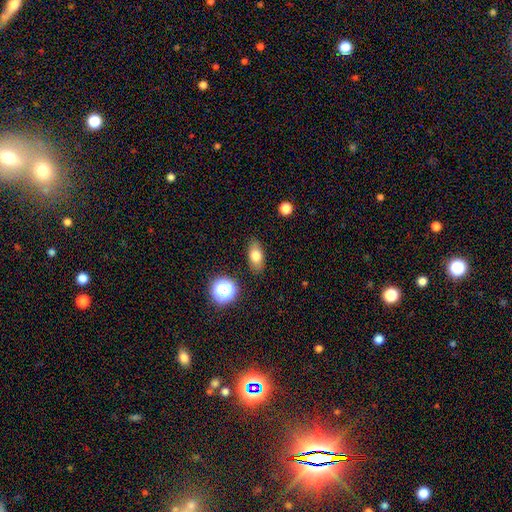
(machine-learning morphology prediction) type=smooth (75%); roundness=in between (83%); merging=none (85%).